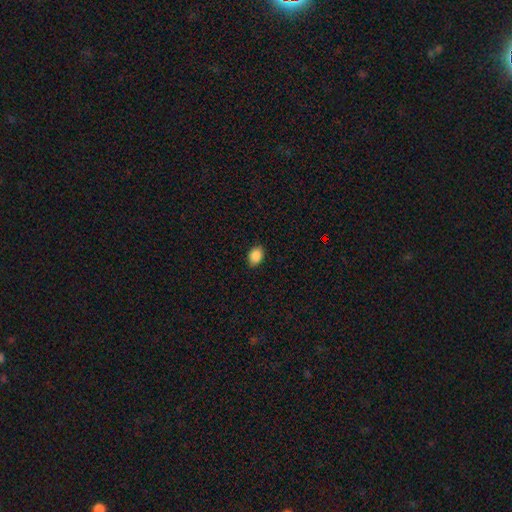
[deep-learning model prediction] A smooth galaxy with no disk features (89%) that is in between round and cigar-shaped (72%).

Vote fractions:
- Smooth or featured? smooth: 89% / star or artifact: 8% / featured or disk: 3%
- How rounded? in between: 72% / round: 27% / cigar-shaped: 1%
- Merging? none: 87% / minor disturbance: 10% / major disturbance: 2% / merger: 1%